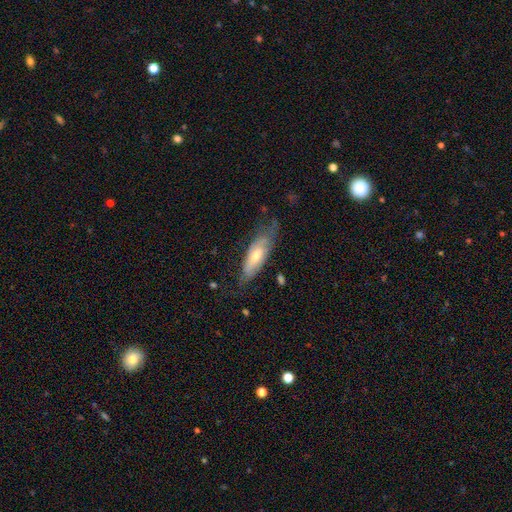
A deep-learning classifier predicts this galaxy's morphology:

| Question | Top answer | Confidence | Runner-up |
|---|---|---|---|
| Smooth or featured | featured or disk | 50% | smooth (43%) |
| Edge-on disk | no | 68% | yes (32%) |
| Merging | none | 57% | minor disturbance (29%) |